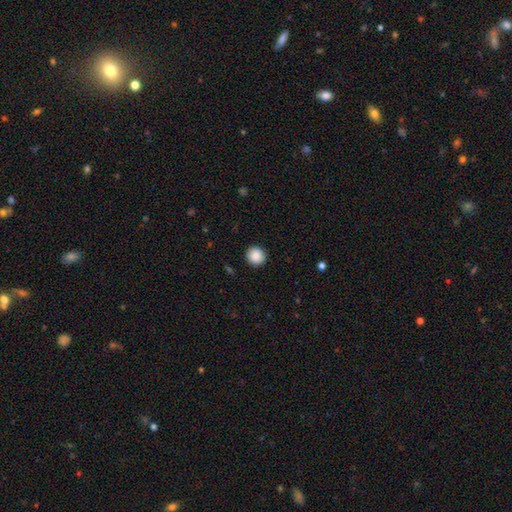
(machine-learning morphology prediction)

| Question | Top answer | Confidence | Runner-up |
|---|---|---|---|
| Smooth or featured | smooth | 88% | star or artifact (8%) |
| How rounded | round | 94% | in between (5%) |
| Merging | none | 92% | minor disturbance (6%) |